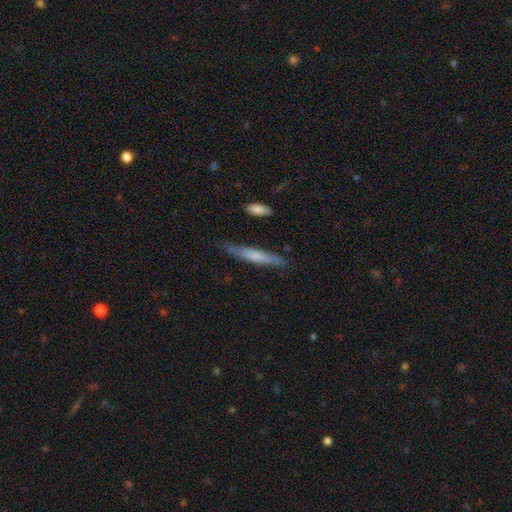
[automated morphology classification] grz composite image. It shows a smooth galaxy with no disk features (52%) that is cigar-shaped (92%). Merging: none (77%).